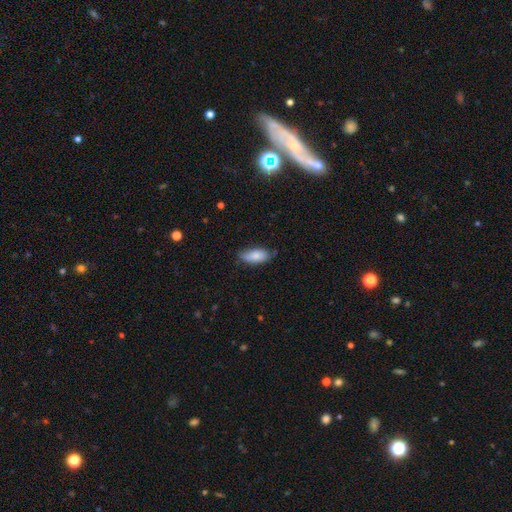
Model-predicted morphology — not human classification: Smooth or featured? Predicted: smooth (p=0.84). How rounded? Predicted: in between (p=0.87). Merging? Predicted: none (p=0.72).